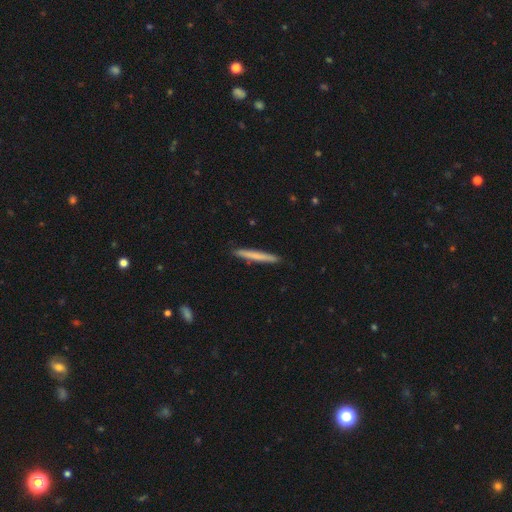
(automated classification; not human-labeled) This is likely a smooth galaxy (69%). How rounded: clearly cigar-shaped (97%). Merging: clearly none (92%).